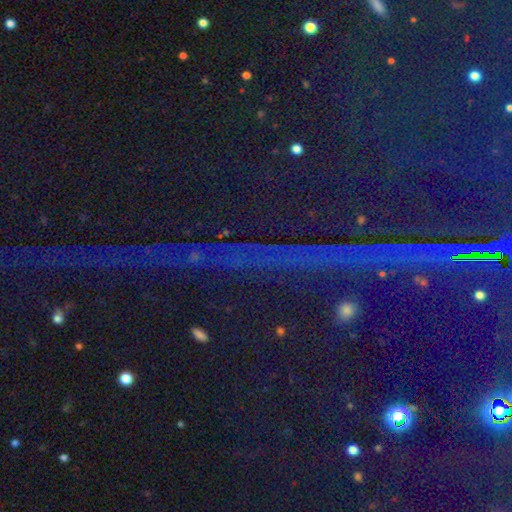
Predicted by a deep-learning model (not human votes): smooth_or_featured: star or artifact (p=0.85) [alt: featured or disk p=0.08]